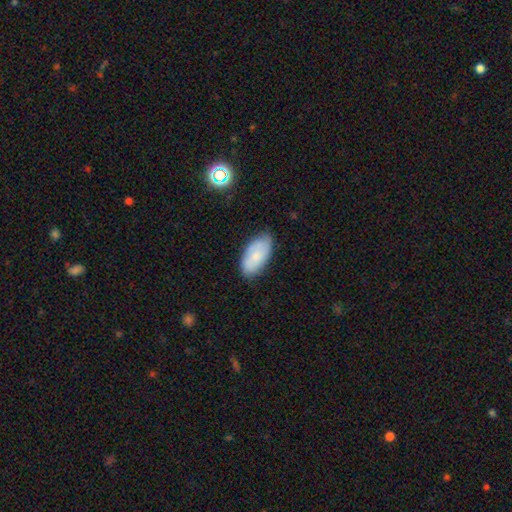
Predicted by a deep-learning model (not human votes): smooth 73%, featured or disk 20%, star or artifact 7%. Down the decision tree: how rounded — in between (94%); merging — none (75%).